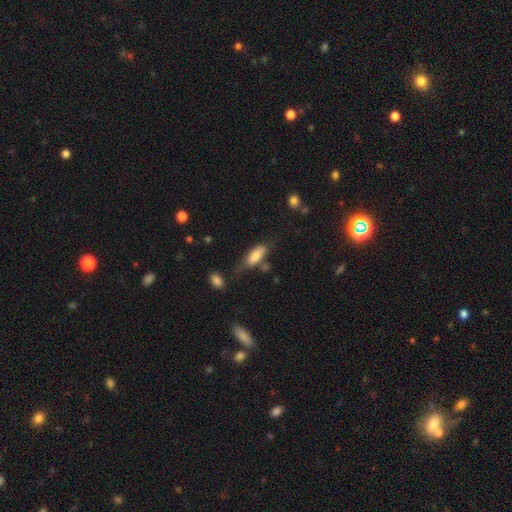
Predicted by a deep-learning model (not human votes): Q: Smooth or featured?
A: smooth (78%); runner-up: featured or disk (15%)
Q: How rounded?
A: in between (75%); runner-up: cigar-shaped (23%)
Q: Merging?
A: none (45%); runner-up: minor disturbance (30%)